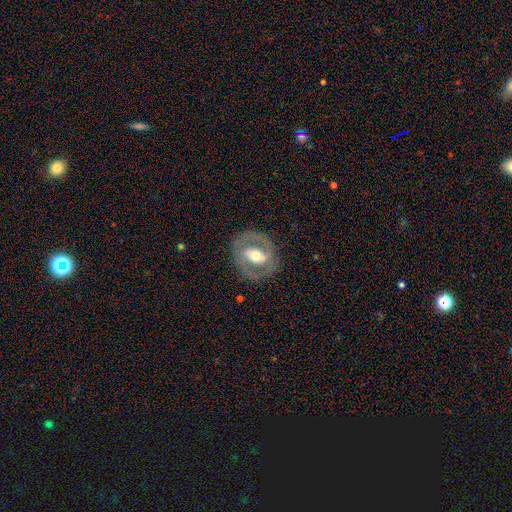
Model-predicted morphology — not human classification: This appears to be a featured or disk galaxy (69%) with a strong bar (35%), no spiral arms (55%) and a moderate central bulge (66%). Merging: none (80%).